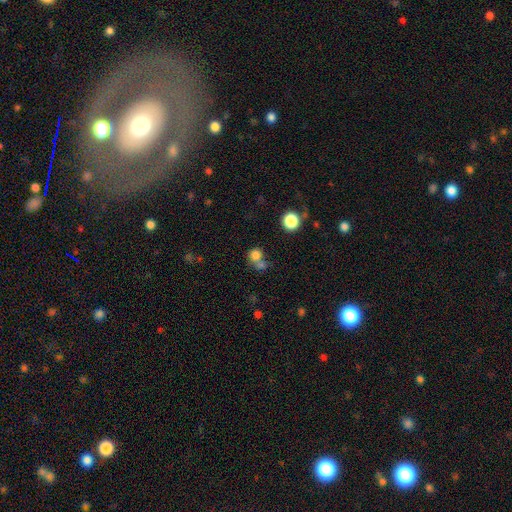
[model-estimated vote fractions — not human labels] This appears to be a smooth galaxy with no disk features (78%) that is round (84%). Merging: none (47%).